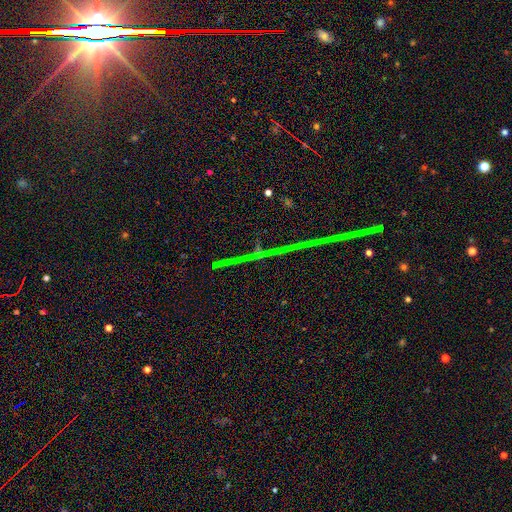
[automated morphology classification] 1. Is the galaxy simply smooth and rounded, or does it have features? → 83% star or artifact, 11% featured or disk, 6% smooth.